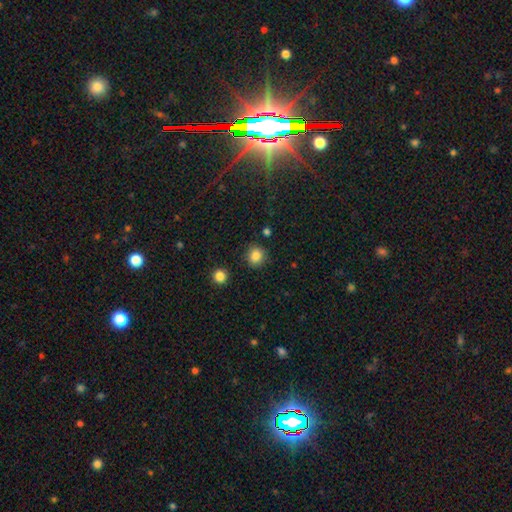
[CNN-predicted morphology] Smooth or featured?
  - smooth: 85% *
  - star or artifact: 11%
  - featured or disk: 4%
How rounded?
  - round: 88% *
  - in between: 12%
  - cigar-shaped: 1%
Merging?
  - none: 88% *
  - minor disturbance: 7%
  - major disturbance: 2%
  - merger: 2%